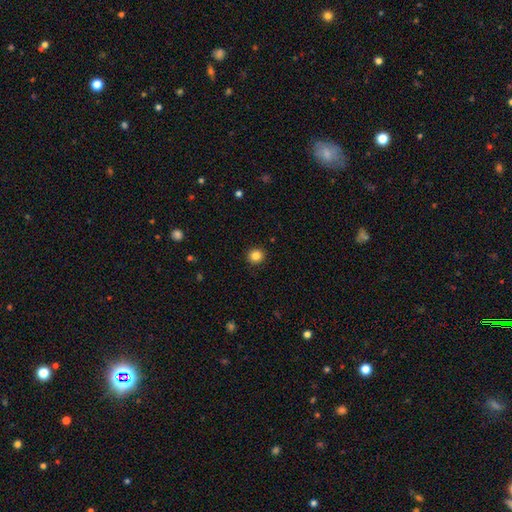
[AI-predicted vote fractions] Smooth or featured: smooth — 85% (star or artifact — 11%)
How rounded: round — 90% (in between — 9%)
Merging: none — 92% (minor disturbance — 5%)